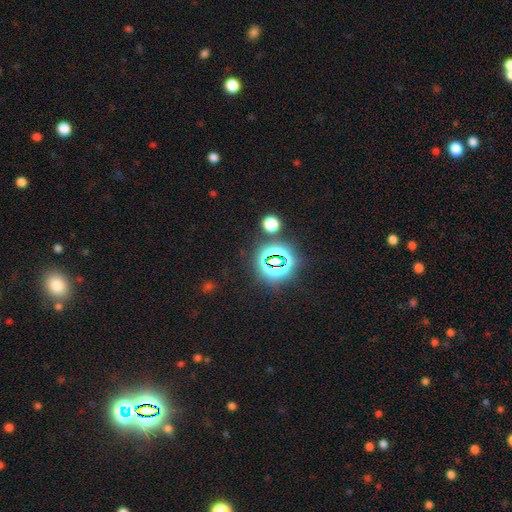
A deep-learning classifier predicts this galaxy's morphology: Q: Smooth or featured?
A: star or artifact (82%); runner-up: smooth (11%)